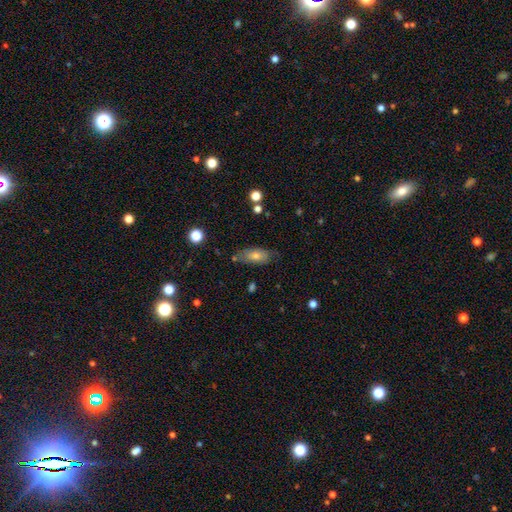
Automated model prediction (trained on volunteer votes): smooth 65%, featured or disk 25%, star or artifact 10%. Down the decision tree: how rounded — in between (81%); merging — none (73%).